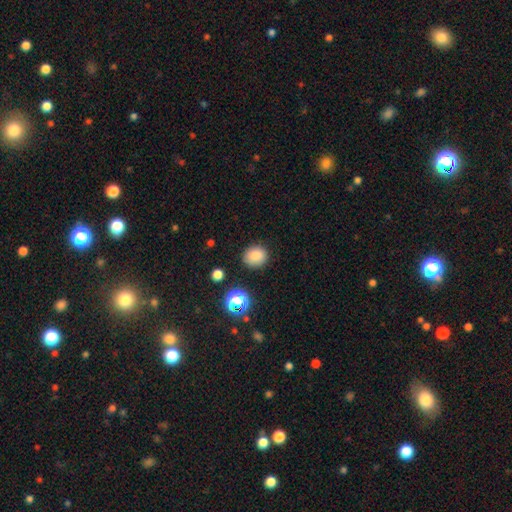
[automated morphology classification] A smooth galaxy with no disk features (83%) that is round (78%).

Vote fractions:
- Smooth or featured? smooth: 83% / star or artifact: 12% / featured or disk: 5%
- How rounded? round: 78% / in between: 21% / cigar-shaped: 1%
- Merging? none: 86% / minor disturbance: 9% / major disturbance: 3% / merger: 2%